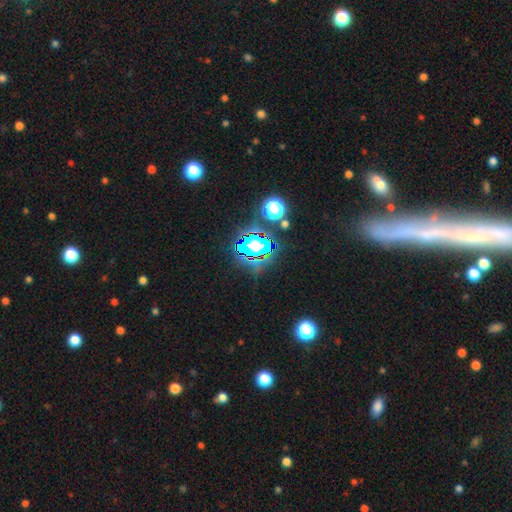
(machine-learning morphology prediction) Smooth or featured: star or artifact — 57% (smooth — 23%)